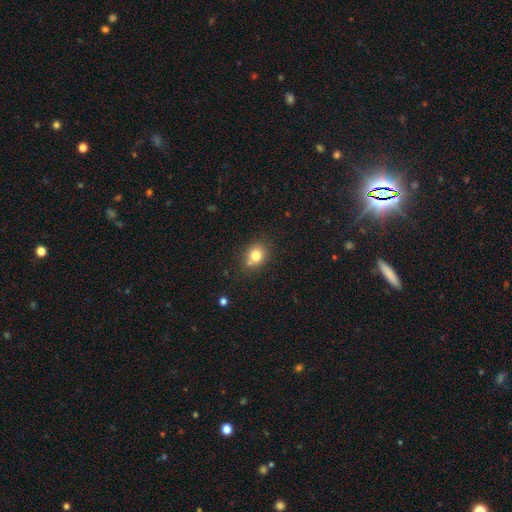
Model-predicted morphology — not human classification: This appears to be a smooth galaxy with no disk features (79%) that is round (65%). Merging: none (72%).